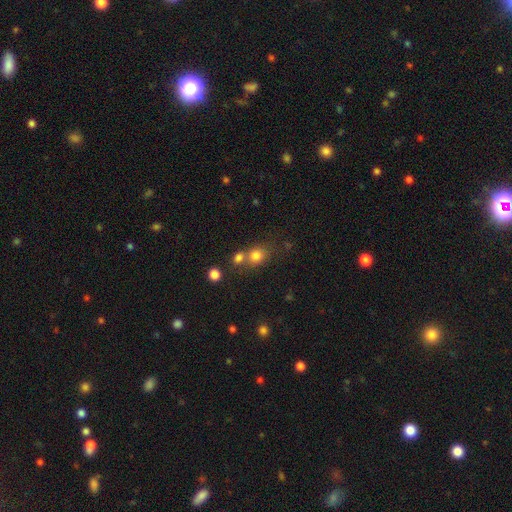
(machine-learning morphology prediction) smooth_or_featured: smooth (p=0.79) [alt: star or artifact p=0.13]
how_rounded: round (p=0.69) [alt: in between p=0.29]
merging: none (p=0.51) [alt: merger p=0.34]